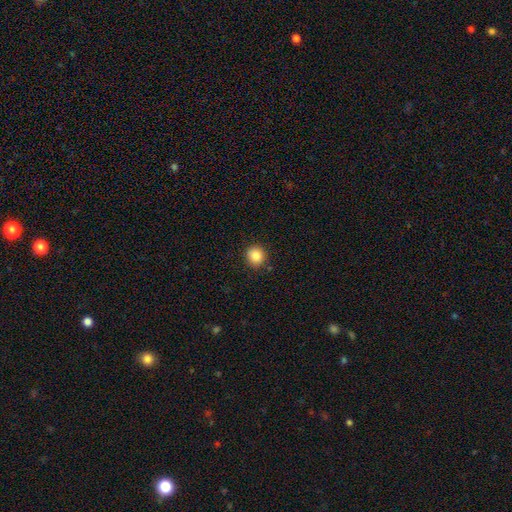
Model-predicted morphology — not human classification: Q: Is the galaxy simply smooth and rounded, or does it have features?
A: smooth — 86%.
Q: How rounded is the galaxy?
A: round — 87%.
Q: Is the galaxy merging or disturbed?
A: none — 90%.